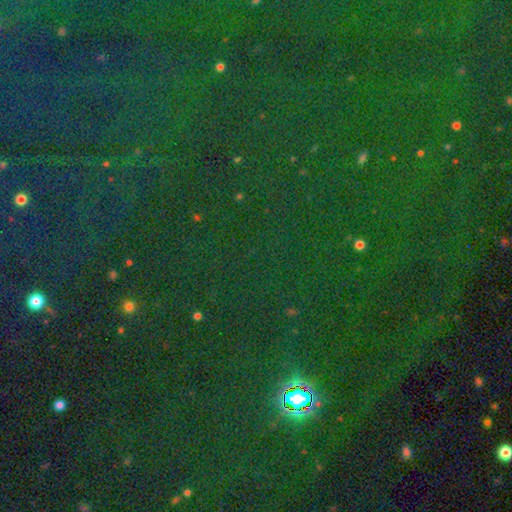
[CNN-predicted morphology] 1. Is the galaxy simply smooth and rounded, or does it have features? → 80% star or artifact, 12% smooth, 8% featured or disk.